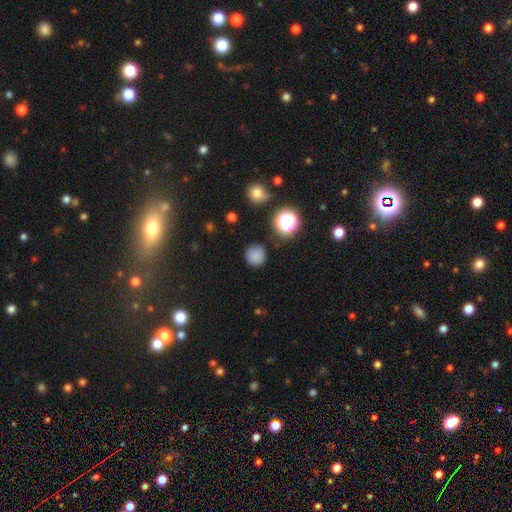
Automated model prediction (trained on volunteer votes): The model was most divided on "smooth or featured": smooth: 80%, star or artifact: 15%, featured or disk: 5%. More confident: how rounded — round (94%); merging — none (85%).